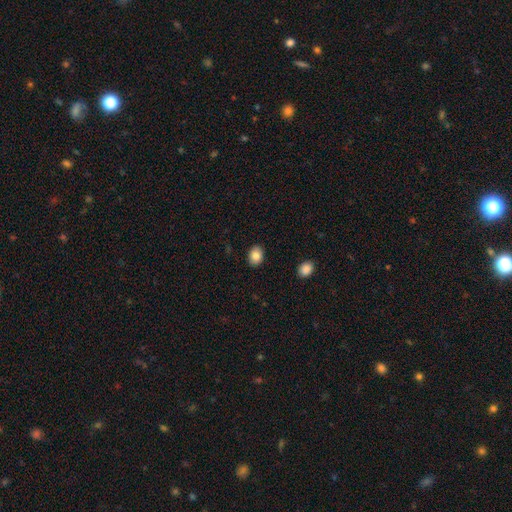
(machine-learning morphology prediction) type=smooth (84%); roundness=in between (71%); merging=none (89%).